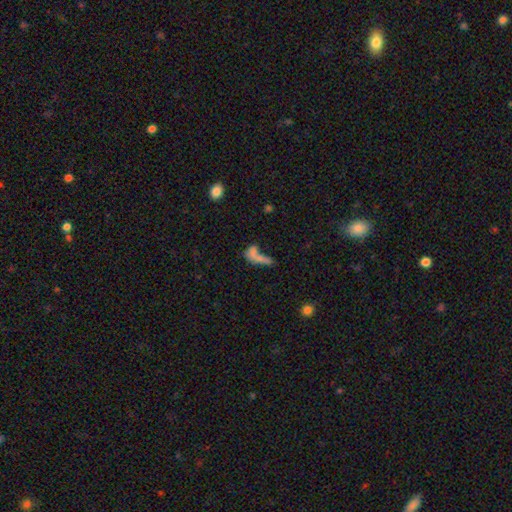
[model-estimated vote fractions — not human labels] This appears to be a smooth galaxy with no disk features (63%) that is in between round and cigar-shaped (52%). Merging: merger (48%).